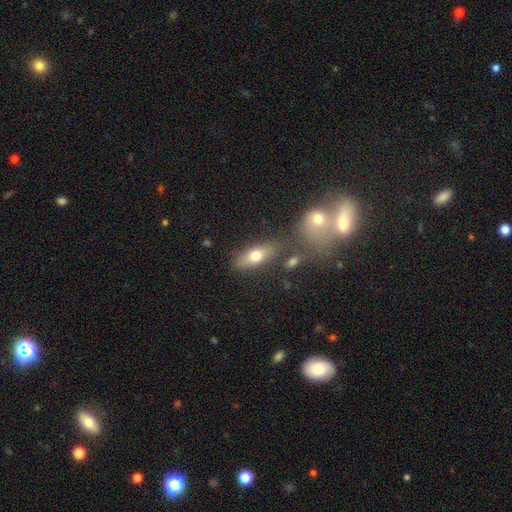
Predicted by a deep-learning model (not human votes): Morphology: type=smooth (70%); roundness=in between (72%); merging=none (71%).